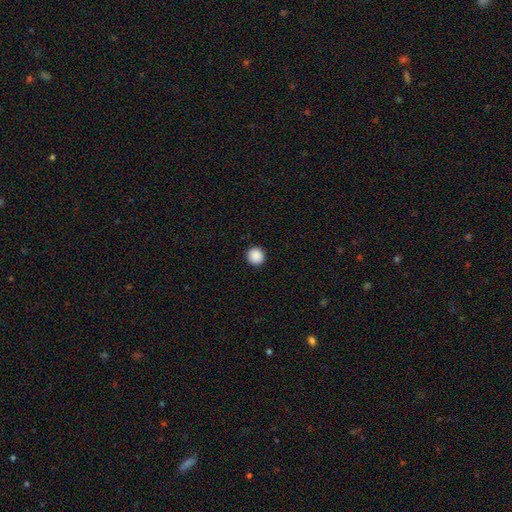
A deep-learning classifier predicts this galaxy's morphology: Smooth or featured? Predicted: smooth (p=0.89). How rounded? Predicted: round (p=0.91). Merging? Predicted: none (p=0.93).